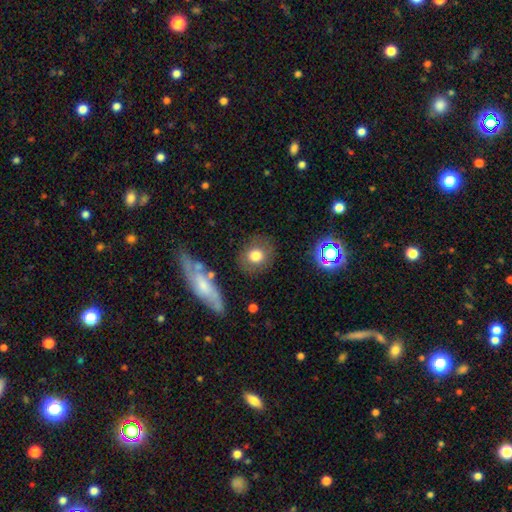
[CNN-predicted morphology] The model was most divided on "smooth or featured": smooth: 74%, featured or disk: 17%, star or artifact: 10%. More confident: how rounded — round (79%); merging — none (79%).